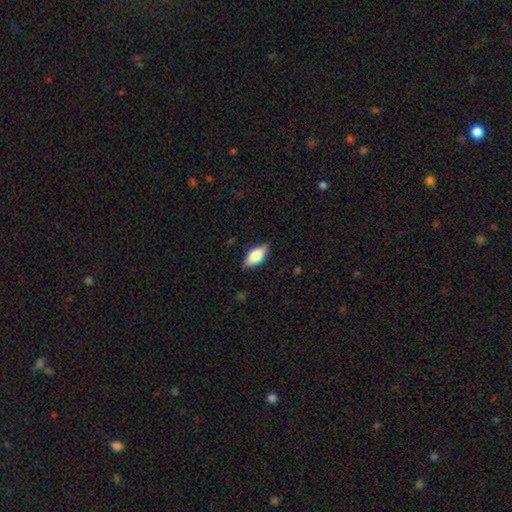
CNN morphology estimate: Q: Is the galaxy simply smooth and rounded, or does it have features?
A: smooth — 74%.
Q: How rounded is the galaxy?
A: in between — 86%.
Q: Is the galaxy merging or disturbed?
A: none — 84%.